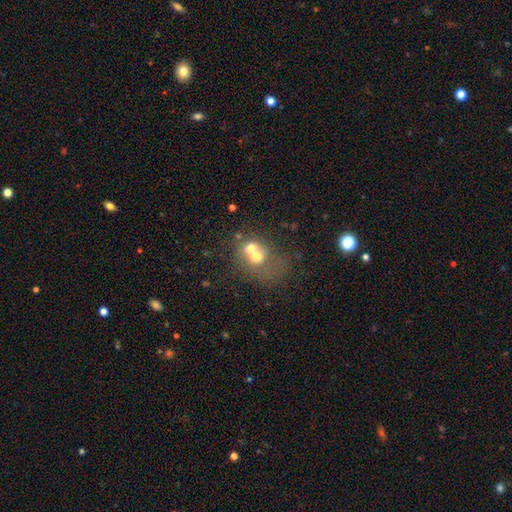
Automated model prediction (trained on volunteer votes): Smooth or featured?
  - smooth: 59% *
  - featured or disk: 28%
  - star or artifact: 13%
How rounded?
  - round: 66% *
  - in between: 33%
  - cigar-shaped: 1%
Merging?
  - merger: 67% *
  - none: 22%
  - minor disturbance: 6%
  - major disturbance: 5%